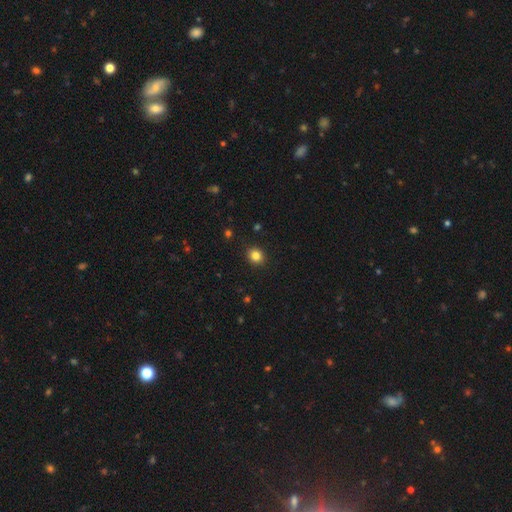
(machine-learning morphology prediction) type=smooth (84%); roundness=round (77%); merging=none (91%).